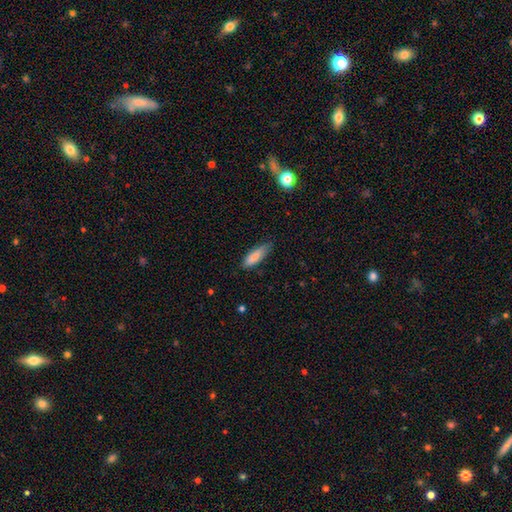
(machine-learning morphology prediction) Overall: smooth (86%). How rounded: cigar-shaped (50%; in between 49%). Merging: none (68%).